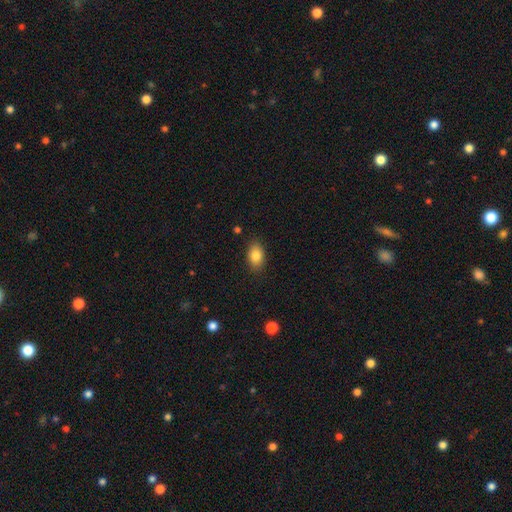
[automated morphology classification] This is clearly a smooth galaxy (83%). How rounded: clearly in between (87%). Merging: clearly none (86%).